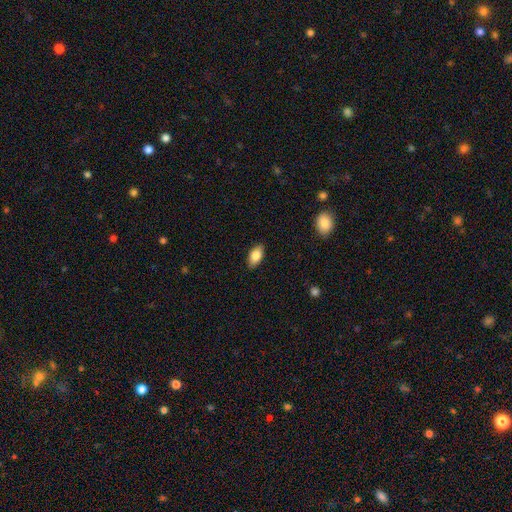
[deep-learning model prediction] Smooth or featured? smooth (83%)
How rounded? in between (92%)
Merging? none (87%)